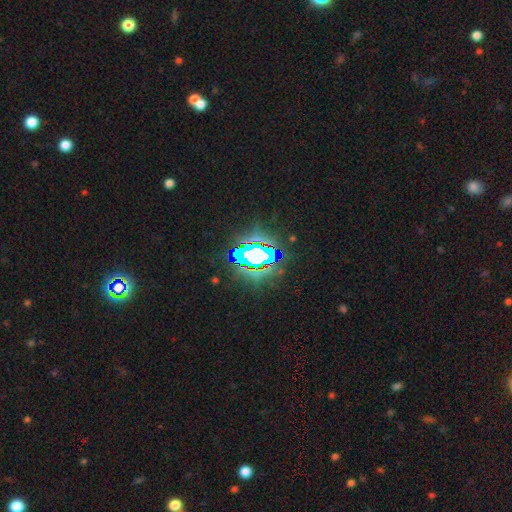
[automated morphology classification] Smooth or featured? Predicted: star or artifact (p=0.69).